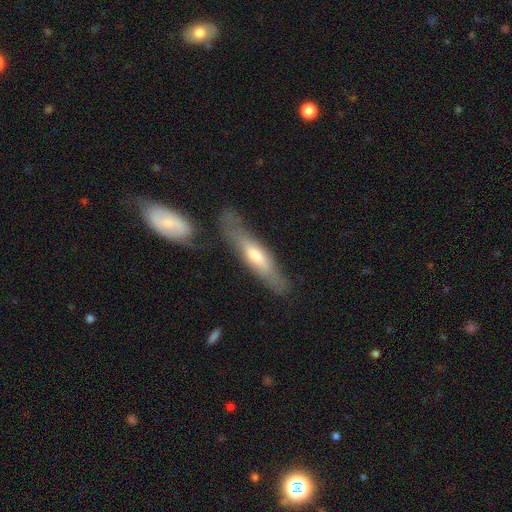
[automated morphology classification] Overall: featured or disk (50%; smooth 43%). Edge-on disk: yes (73%). Merging: none (70%).